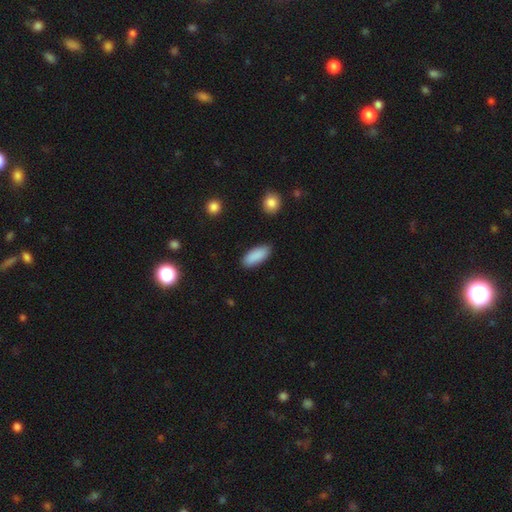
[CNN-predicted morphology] Smooth or featured? smooth (90%)
How rounded? in between (82%)
Merging? none (87%)